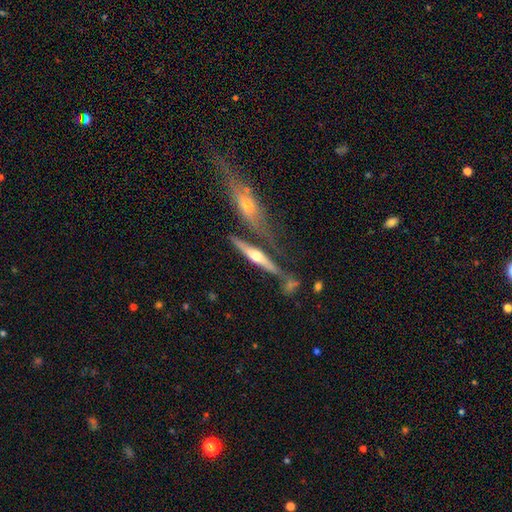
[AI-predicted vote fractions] Smooth or featured? featured or disk (66%)
Edge-on disk? yes (93%)
Edge-on bulge? rounded (88%)
Merging? none (61%)